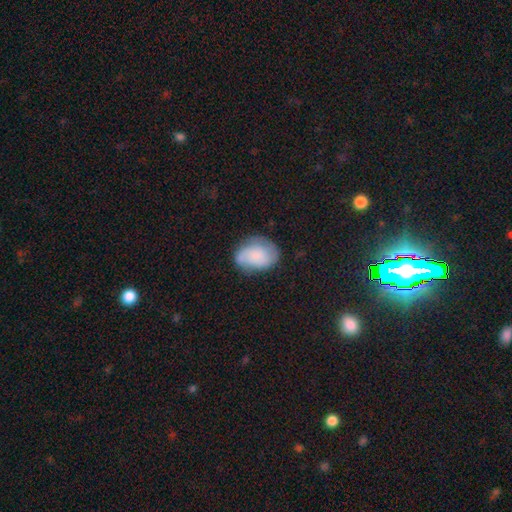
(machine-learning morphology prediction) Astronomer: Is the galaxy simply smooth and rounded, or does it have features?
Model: smooth — 57% (runner-up: featured or disk, 34%).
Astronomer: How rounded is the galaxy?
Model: in between — 75%.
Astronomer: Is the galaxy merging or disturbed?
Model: none — 59%.